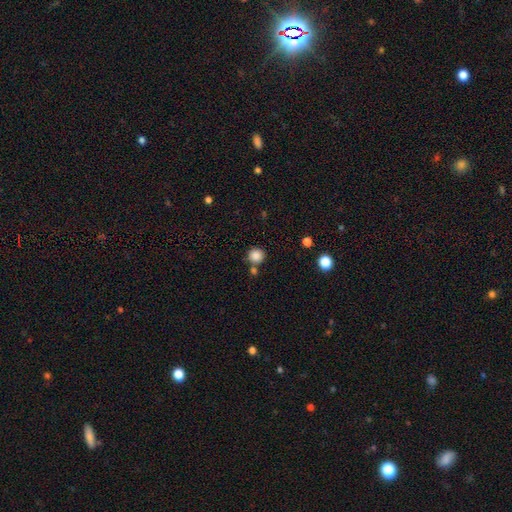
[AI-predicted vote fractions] Q: Smooth or featured?
A: smooth (86%); runner-up: star or artifact (11%)
Q: How rounded?
A: round (92%); runner-up: in between (7%)
Q: Merging?
A: none (74%); runner-up: merger (13%)